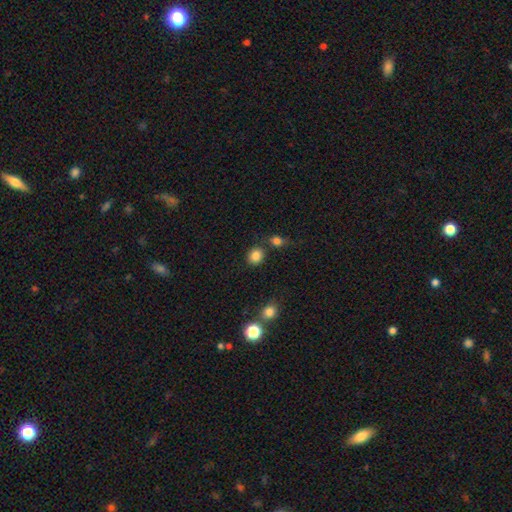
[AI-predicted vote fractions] smooth_or_featured: smooth (p=0.84) [alt: star or artifact p=0.11]
how_rounded: round (p=0.75) [alt: in between p=0.24]
merging: none (p=0.75) [alt: merger p=0.11]